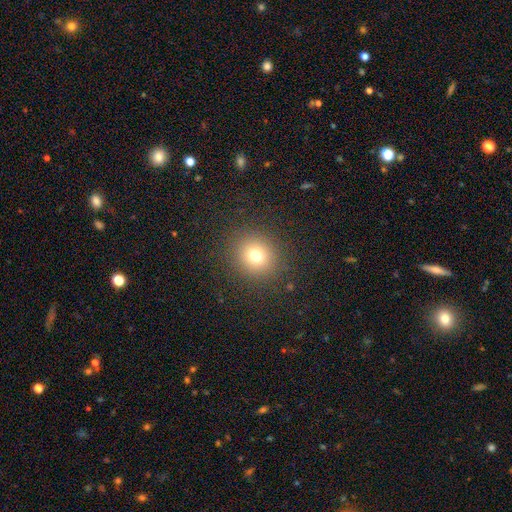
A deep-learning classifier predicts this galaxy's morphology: The model was most divided on "smooth or featured": smooth: 73%, star or artifact: 17%, featured or disk: 9%. More confident: how rounded — round (89%); merging — none (89%).